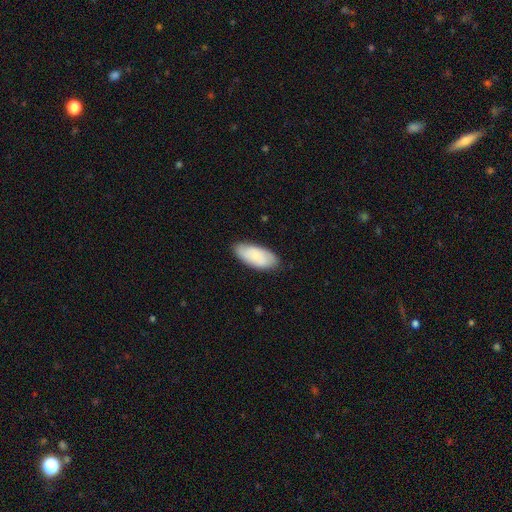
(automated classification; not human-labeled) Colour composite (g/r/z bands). It shows a smooth galaxy with no disk features (71%) that is in between round and cigar-shaped (89%). Merging: none (80%).